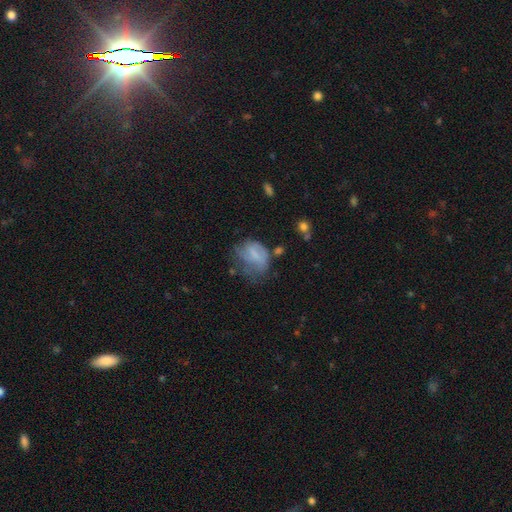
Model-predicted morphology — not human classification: Smooth or featured? Predicted: smooth (p=0.55). How rounded? Predicted: in between (p=0.67). Merging? Predicted: major disturbance (p=0.37).